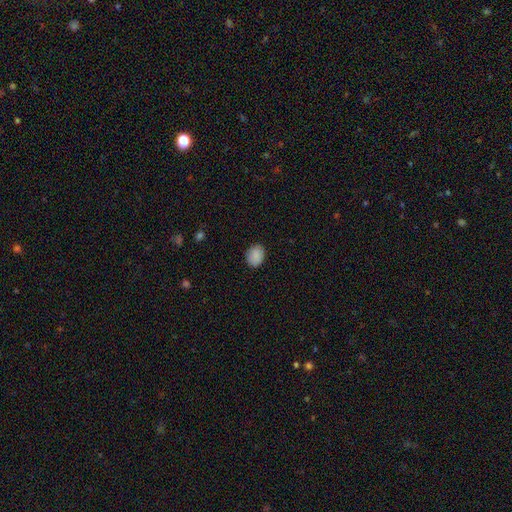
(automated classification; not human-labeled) A smooth galaxy with no disk features (88%) that is in between round and cigar-shaped (54%).

Vote fractions:
- Smooth or featured? smooth: 88% / star or artifact: 7% / featured or disk: 4%
- How rounded? in between: 54% / round: 46% / cigar-shaped: 1%
- Merging? none: 86% / minor disturbance: 11% / major disturbance: 2% / merger: 1%